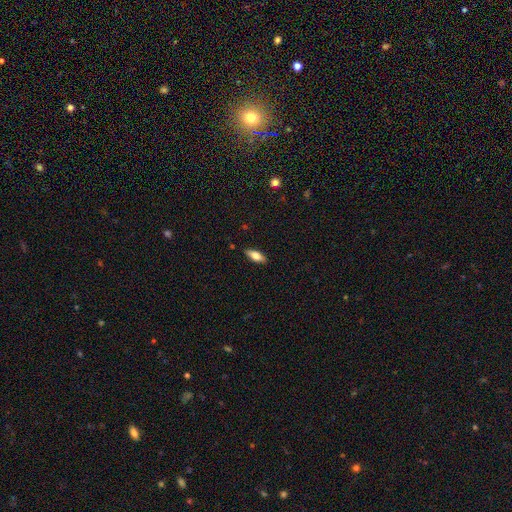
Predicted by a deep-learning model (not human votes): Smooth or featured: smooth — 73% (featured or disk — 20%)
How rounded: in between — 71% (cigar-shaped — 26%)
Merging: none — 87% (minor disturbance — 10%)